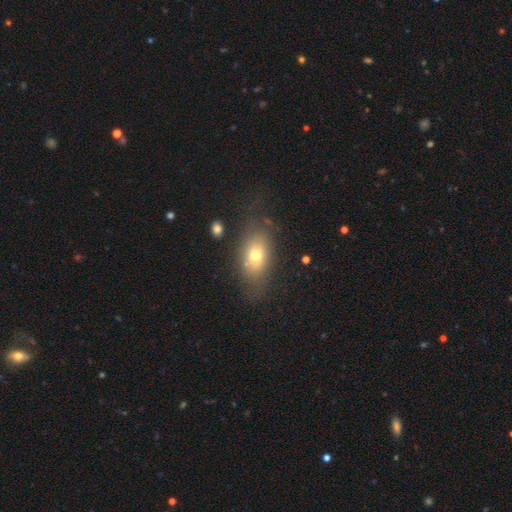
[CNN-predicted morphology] Overall: smooth (66%). How rounded: in between (79%). Merging: none (65%).